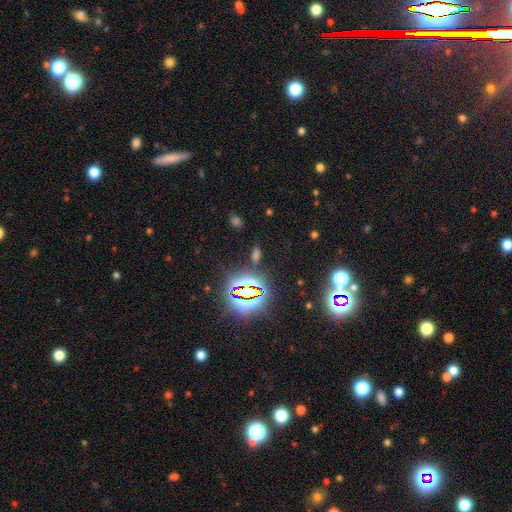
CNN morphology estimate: smooth-or-featured: star or artifact: 62% | smooth: 29% | featured or disk: 9%